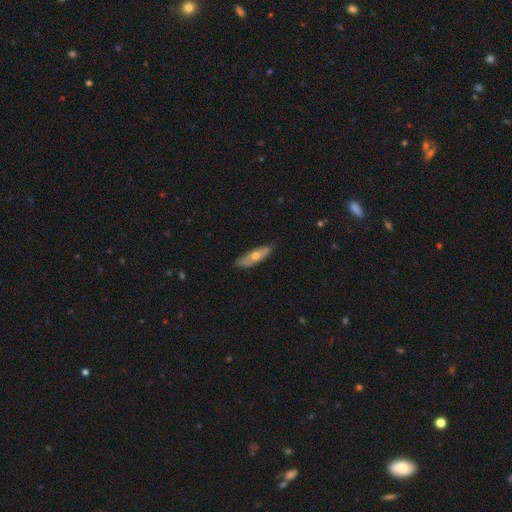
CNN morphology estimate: smooth-or-featured: smooth: 53% | featured or disk: 41% | star or artifact: 6%
  how-rounded: cigar-shaped: 56% | in between: 42% | round: 2%
  merging: none: 80% | minor disturbance: 16% | major disturbance: 2% | merger: 1%